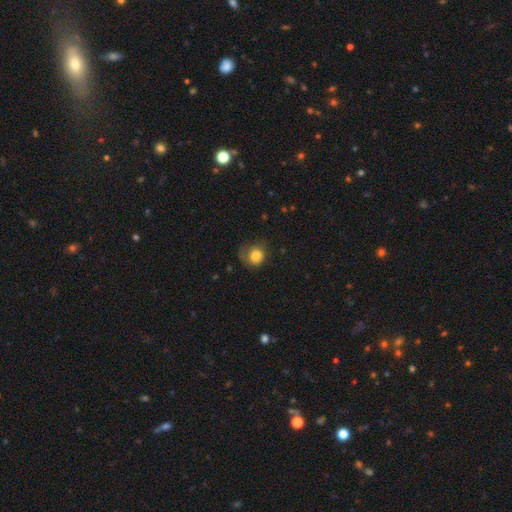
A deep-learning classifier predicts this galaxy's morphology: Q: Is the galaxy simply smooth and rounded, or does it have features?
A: smooth — 82%.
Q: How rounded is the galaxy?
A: round — 80%.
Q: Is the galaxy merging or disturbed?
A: none — 51%.